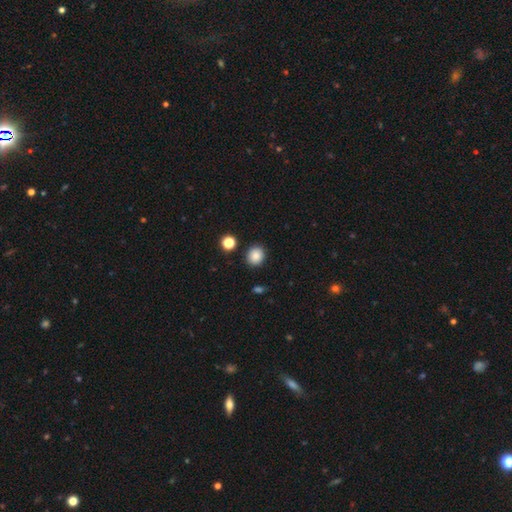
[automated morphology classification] smooth_or_featured: smooth (p=0.85) [alt: star or artifact p=0.10]
how_rounded: round (p=0.81) [alt: in between p=0.18]
merging: none (p=0.88) [alt: minor disturbance p=0.08]